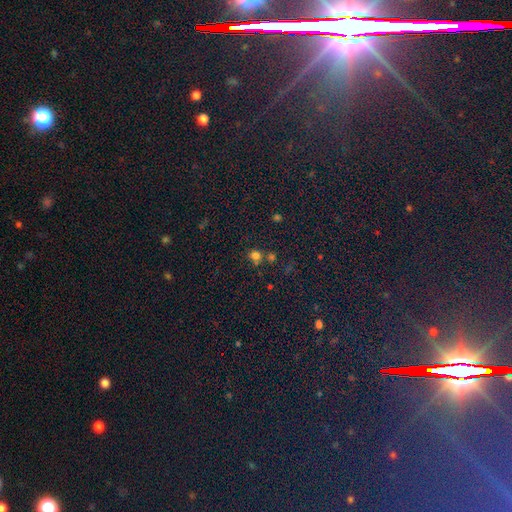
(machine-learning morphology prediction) Overall: smooth (73%). How rounded: round (85%). Merging: none (65%).